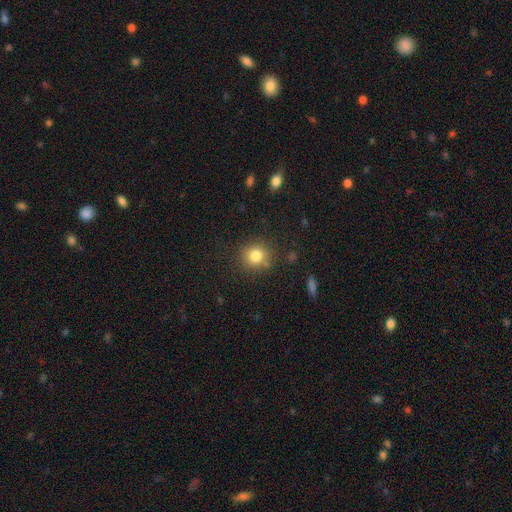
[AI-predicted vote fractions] Q: Smooth or featured?
A: smooth (81%); runner-up: star or artifact (12%)
Q: How rounded?
A: round (88%); runner-up: in between (11%)
Q: Merging?
A: none (82%); runner-up: minor disturbance (10%)